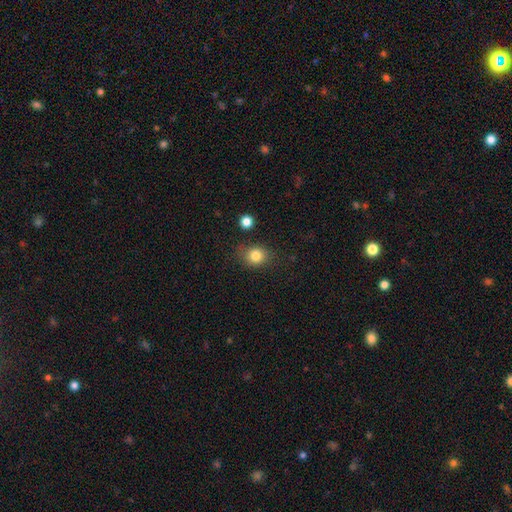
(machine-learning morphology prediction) type=smooth (83%); roundness=round (66%); merging=none (76%).